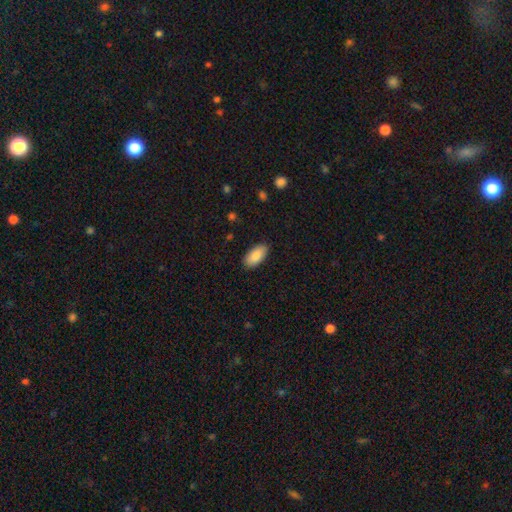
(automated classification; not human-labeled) Smooth or featured? smooth (86%)
How rounded? in between (93%)
Merging? none (88%)